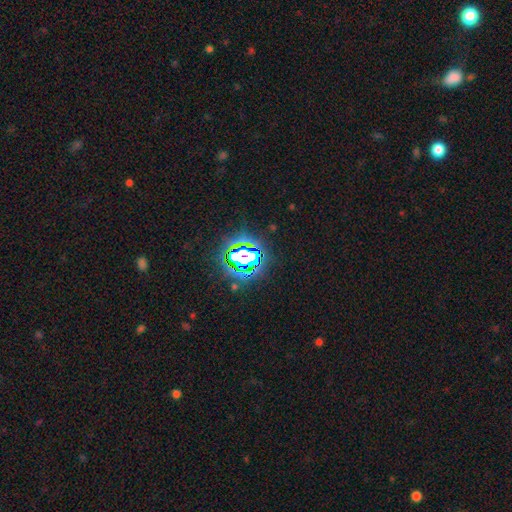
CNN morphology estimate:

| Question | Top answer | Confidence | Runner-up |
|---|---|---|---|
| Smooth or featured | star or artifact | 74% | smooth (14%) |